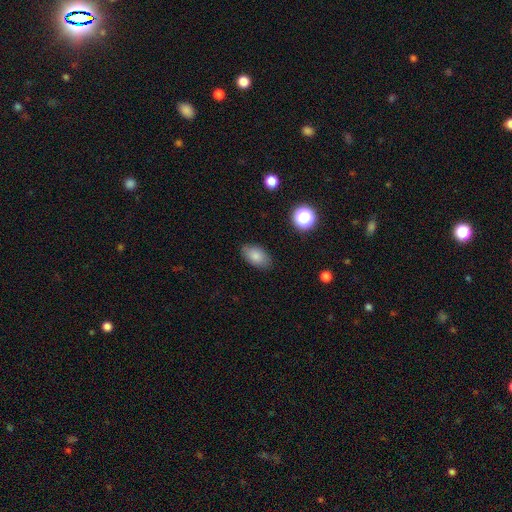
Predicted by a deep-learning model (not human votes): A smooth galaxy with no disk features (83%) that is in between round and cigar-shaped (91%). Merging: none (85%).